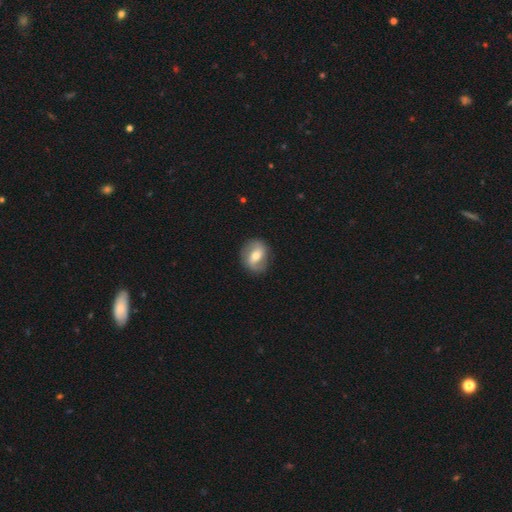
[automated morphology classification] Q: Smooth or featured?
A: featured or disk (54%); runner-up: smooth (39%)
Q: Edge-on disk?
A: no (95%); runner-up: yes (5%)
Q: Bar?
A: weak (41%); runner-up: strong (33%)
Q: Spiral arms?
A: yes (70%); runner-up: no (30%)
Q: Bulge size?
A: moderate (66%); runner-up: small (25%)
Q: Merging?
A: none (83%); runner-up: minor disturbance (12%)